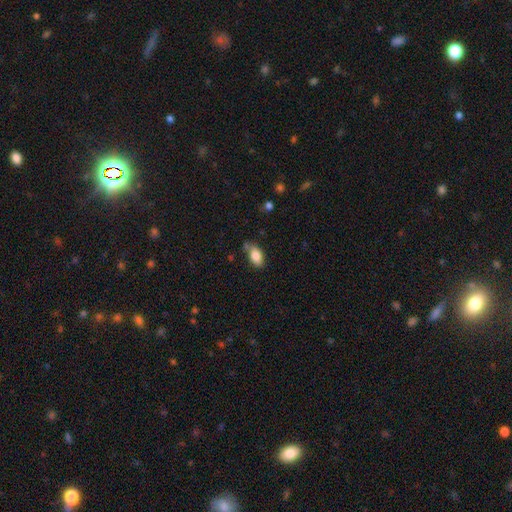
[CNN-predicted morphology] This appears to be a smooth galaxy with no disk features (84%) that is in between round and cigar-shaped (91%). Merging: none (65%).